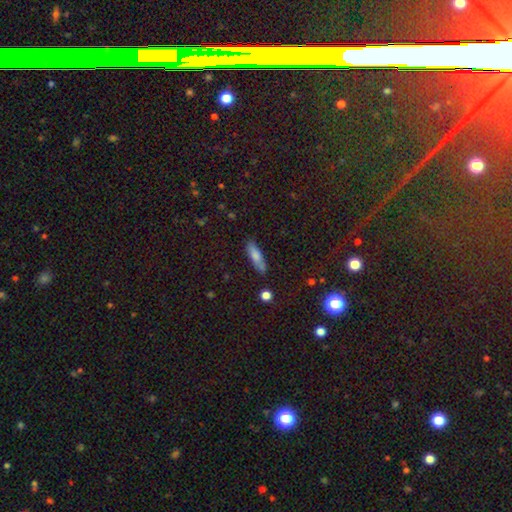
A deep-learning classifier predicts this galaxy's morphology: smooth_or_featured: smooth (p=0.75) [alt: featured or disk p=0.17]
how_rounded: cigar-shaped (p=0.62) [alt: in between p=0.36]
merging: none (p=0.83) [alt: minor disturbance p=0.12]